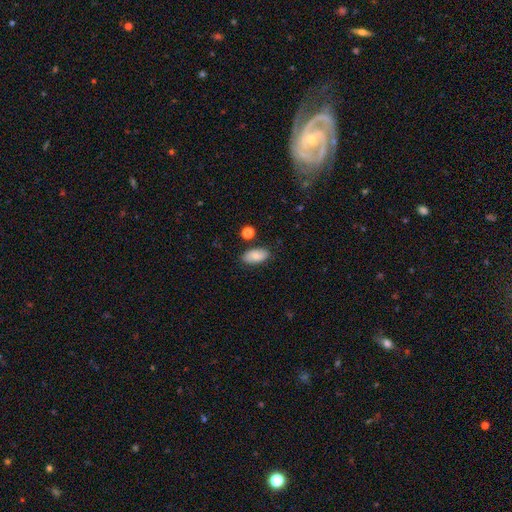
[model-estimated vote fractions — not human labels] smooth 79%, featured or disk 13%, star or artifact 8%. Down the decision tree: how rounded — in between (93%); merging — none (82%).